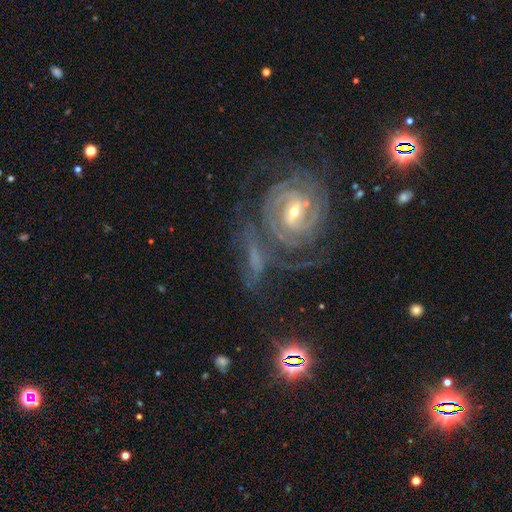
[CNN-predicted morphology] Q: Smooth or featured?
A: featured or disk (80%); runner-up: star or artifact (11%)
Q: Edge-on disk?
A: no (95%); runner-up: yes (5%)
Q: Bar?
A: weak (44%); runner-up: strong (30%)
Q: Spiral arms?
A: yes (93%); runner-up: no (7%)
Q: Spiral winding?
A: tight (73%); runner-up: medium (21%)
Q: Spiral arm count?
A: can't tell (32%); runner-up: 2 (29%)
Q: Bulge size?
A: small (55%); runner-up: moderate (40%)
Q: Merging?
A: none (52%); runner-up: merger (19%)